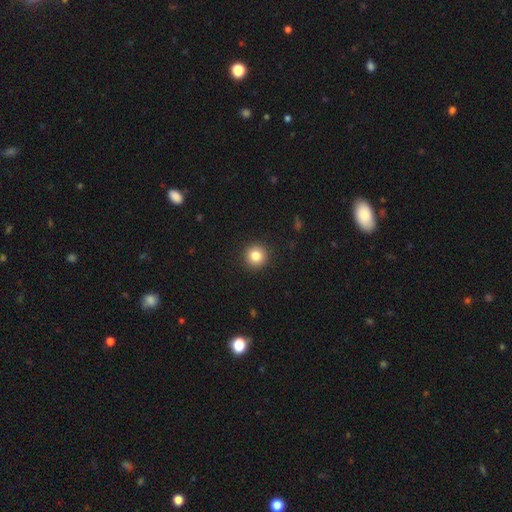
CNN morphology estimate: smooth 82%, star or artifact 11%, featured or disk 7%. Down the decision tree: how rounded — round (94%); merging — none (93%).